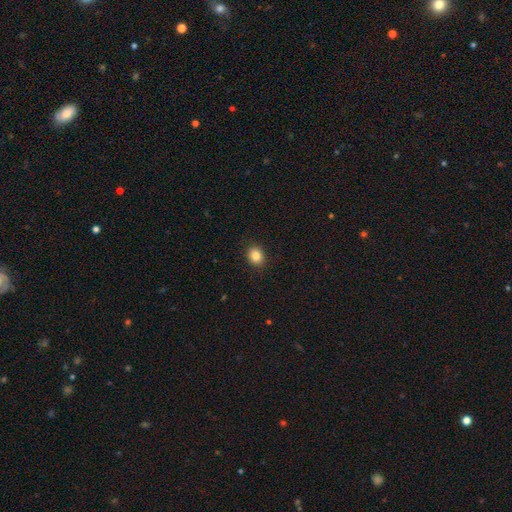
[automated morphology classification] Overall: smooth (85%). How rounded: round (51%; in between 48%). Merging: none (90%).